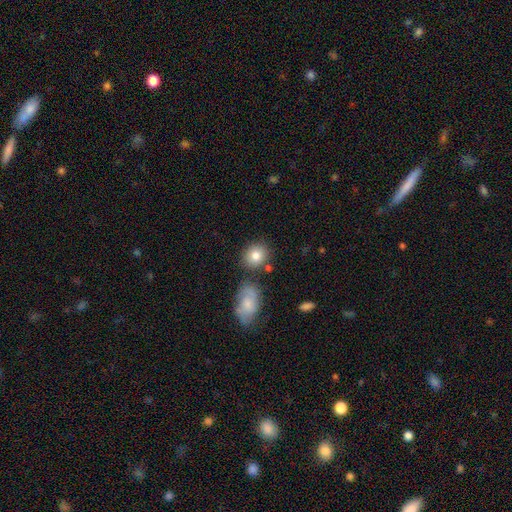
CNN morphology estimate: Smooth or featured? Predicted: smooth (p=0.82). How rounded? Predicted: round (p=0.71). Merging? Predicted: none (p=0.72).